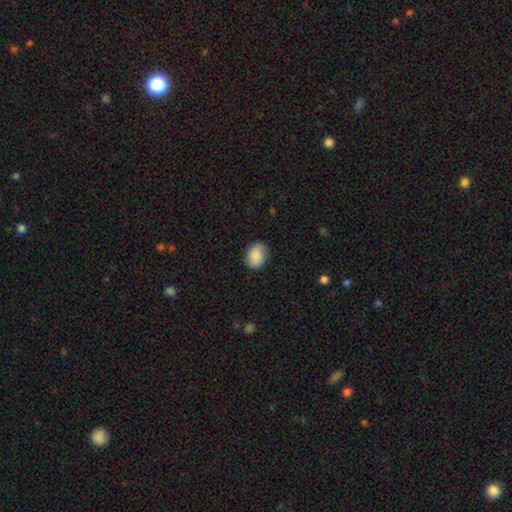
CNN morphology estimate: Q: Smooth or featured?
A: smooth (83%); runner-up: featured or disk (9%)
Q: How rounded?
A: in between (63%); runner-up: round (36%)
Q: Merging?
A: none (79%); runner-up: minor disturbance (16%)